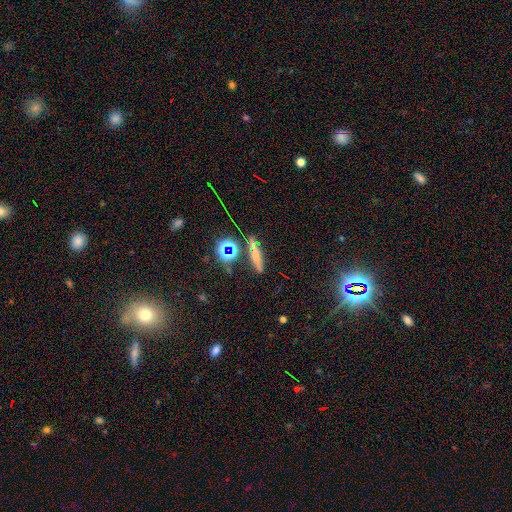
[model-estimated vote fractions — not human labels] This is possibly a smooth galaxy (56%). How rounded: likely cigar-shaped (78%). Merging: likely none (75%).